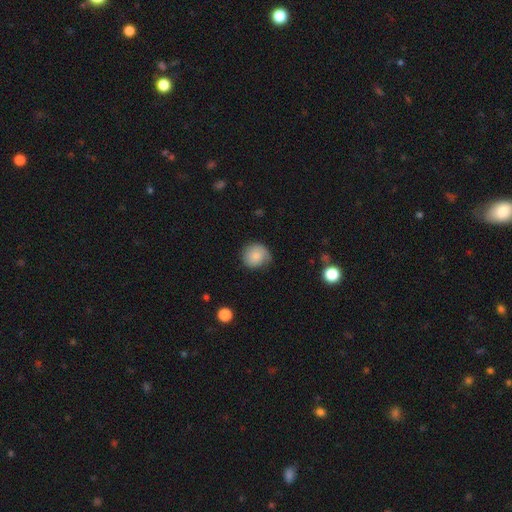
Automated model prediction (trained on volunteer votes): smooth-or-featured: smooth: 77% | featured or disk: 15% | star or artifact: 7%
  how-rounded: round: 86% | in between: 13% | cigar-shaped: 1%
  merging: none: 66% | minor disturbance: 26% | major disturbance: 7% | merger: 1%